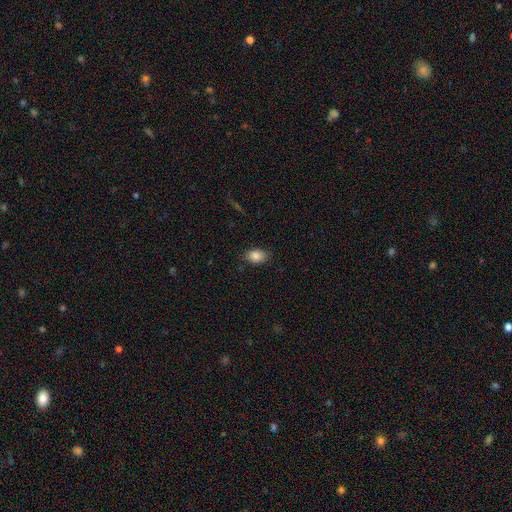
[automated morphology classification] This is clearly a smooth galaxy (85%). How rounded: clearly in between (85%). Merging: clearly none (83%).